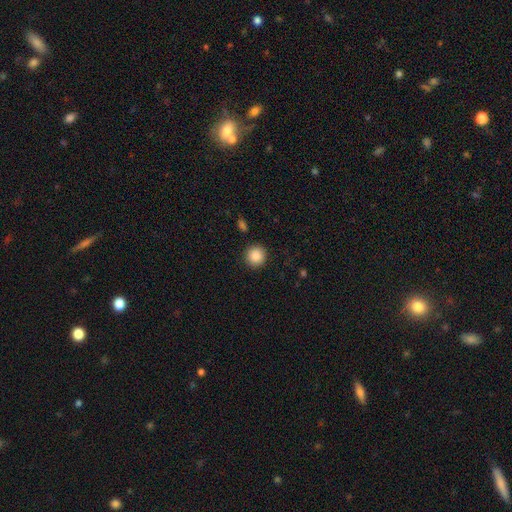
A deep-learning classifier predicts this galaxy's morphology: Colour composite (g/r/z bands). It shows a smooth galaxy with no disk features (87%) that is round (93%). Merging: none (91%).